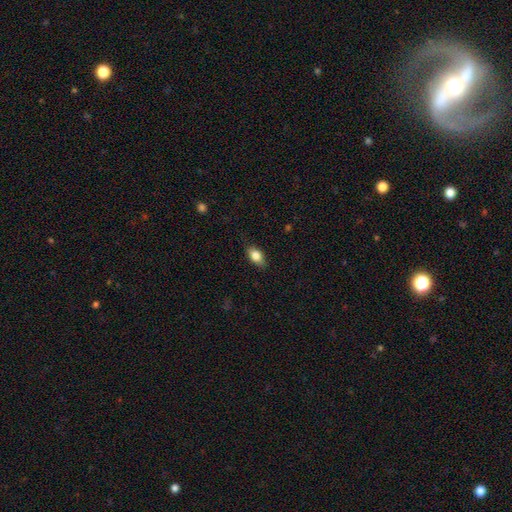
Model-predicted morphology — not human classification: smooth 81%, featured or disk 11%, star or artifact 8%. Down the decision tree: how rounded — in between (86%); merging — none (83%).